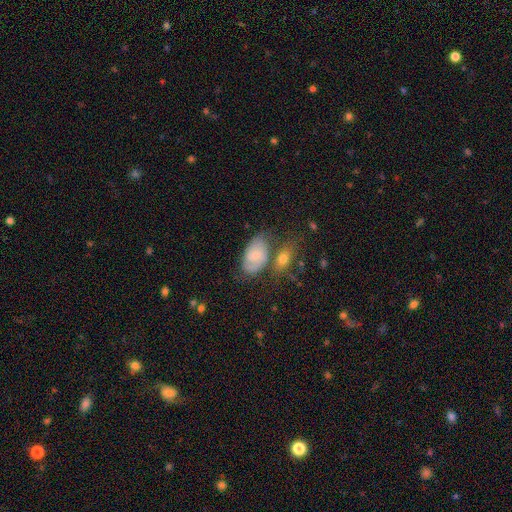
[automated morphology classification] Smooth or featured: featured or disk — 51% (smooth — 41%)
Edge-on disk: no — 95% (yes — 5%)
Merging: none — 50% (merger — 22%)